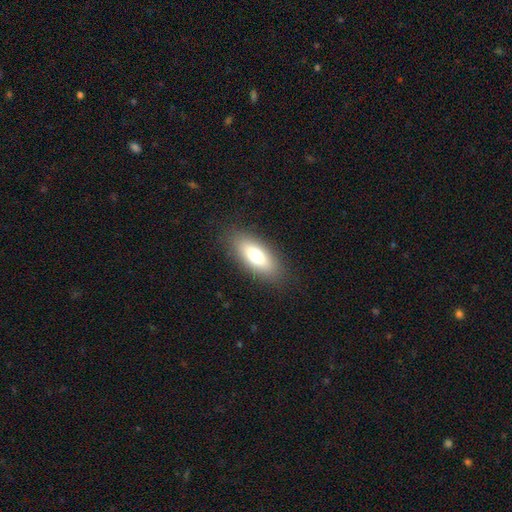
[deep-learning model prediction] The model was most divided on "smooth or featured": smooth: 75%, featured or disk: 17%, star or artifact: 7%. More confident: merging — none (86%); how rounded — in between (78%).